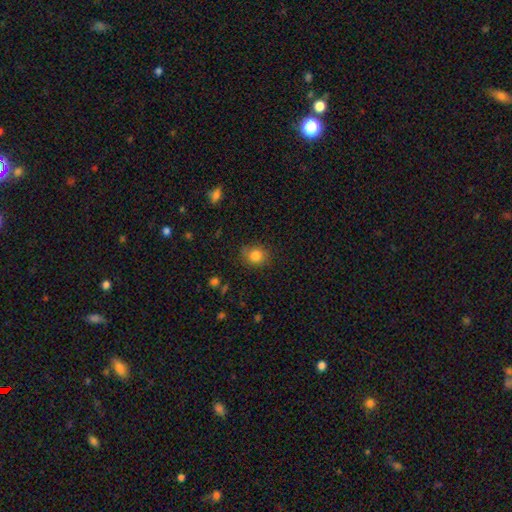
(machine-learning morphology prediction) A smooth galaxy with no disk features (83%) that is round (76%). Merging: none (80%).